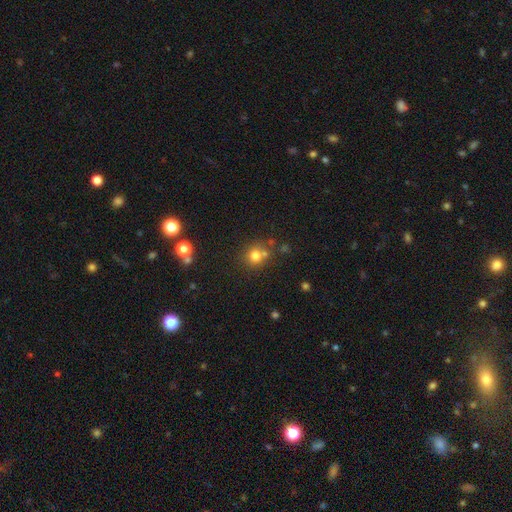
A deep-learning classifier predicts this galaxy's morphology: Smooth or featured?
  - smooth: 74% *
  - star or artifact: 16%
  - featured or disk: 10%
How rounded?
  - round: 86% *
  - in between: 13%
  - cigar-shaped: 1%
Merging?
  - none: 63% *
  - merger: 23%
  - minor disturbance: 10%
  - major disturbance: 4%